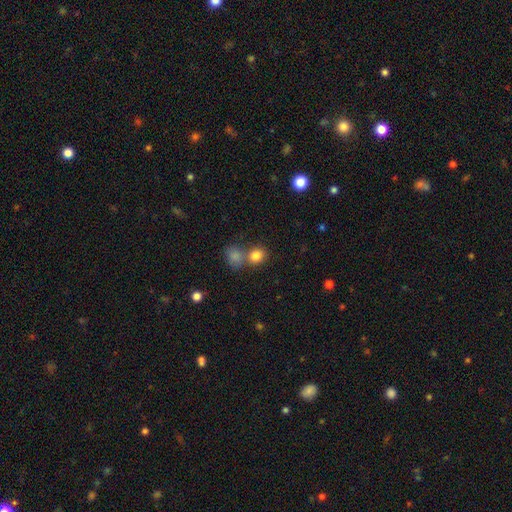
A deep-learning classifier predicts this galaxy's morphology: The model was most divided on "merging": none: 51%, merger: 36%, minor disturbance: 9%, major disturbance: 4%. More confident: smooth or featured — smooth (83%); how rounded — round (65%).